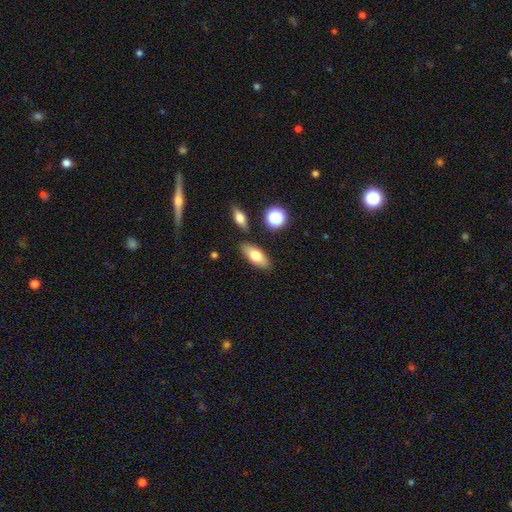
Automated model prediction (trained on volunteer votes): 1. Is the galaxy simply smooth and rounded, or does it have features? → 72% smooth, 19% featured or disk, 8% star or artifact.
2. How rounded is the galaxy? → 81% in between, 14% cigar-shaped, 4% round.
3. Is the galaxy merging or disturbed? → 81% none, 11% minor disturbance, 5% merger, 3% major disturbance.